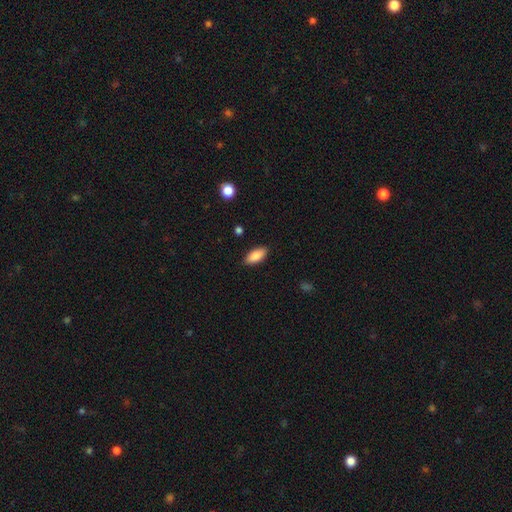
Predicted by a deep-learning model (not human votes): Morphology: type=smooth (85%); roundness=in between (87%); merging=none (88%).